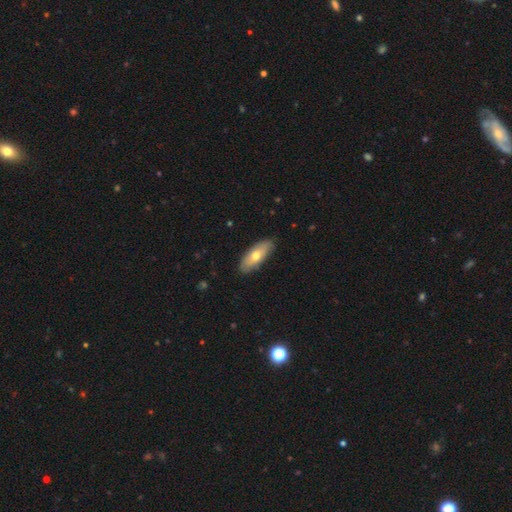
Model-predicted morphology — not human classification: Smooth or featured? smooth (65%)
How rounded? in between (79%)
Merging? none (85%)